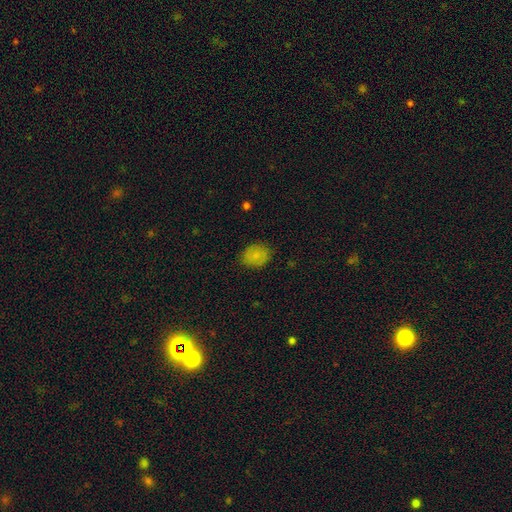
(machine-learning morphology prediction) smooth 80%, star or artifact 10%, featured or disk 9%. Down the decision tree: how rounded — in between (51%); merging — none (82%).